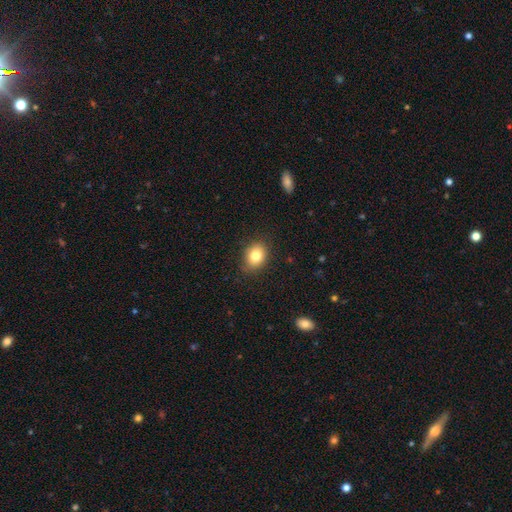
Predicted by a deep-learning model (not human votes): Smooth or featured? Predicted: smooth (p=0.81). How rounded? Predicted: in between (p=0.59). Merging? Predicted: none (p=0.84).